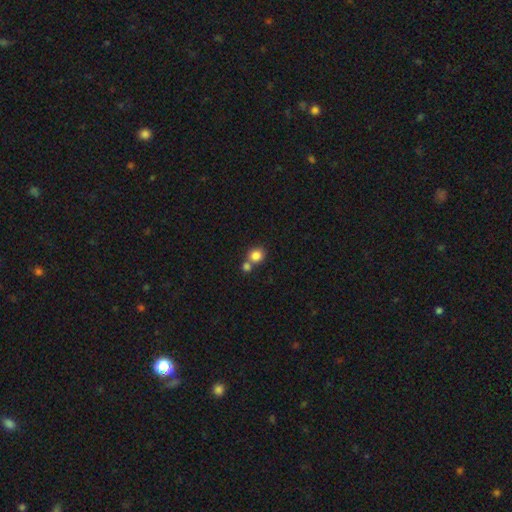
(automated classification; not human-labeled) Overall: smooth (83%). How rounded: round (84%). Merging: none (47%; merger 43%).